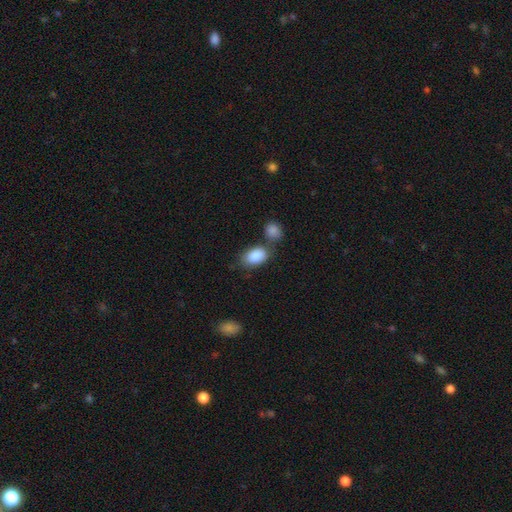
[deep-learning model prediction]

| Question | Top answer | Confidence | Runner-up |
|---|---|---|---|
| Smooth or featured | smooth | 89% | star or artifact (6%) |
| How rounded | in between | 91% | round (8%) |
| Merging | none | 57% | merger (24%) |